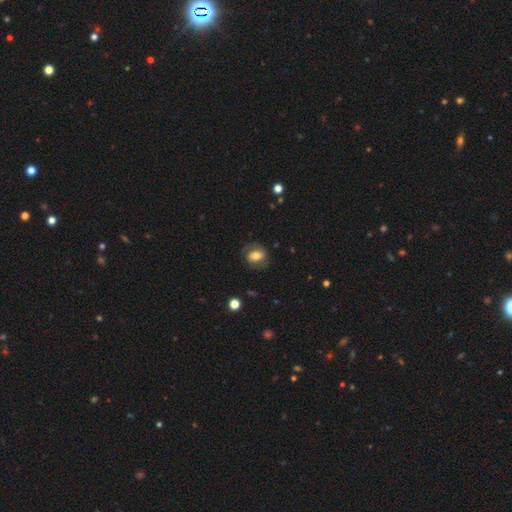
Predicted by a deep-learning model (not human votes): This is possibly a smooth galaxy (58%). How rounded: possibly in between (60%). Merging: likely none (74%).